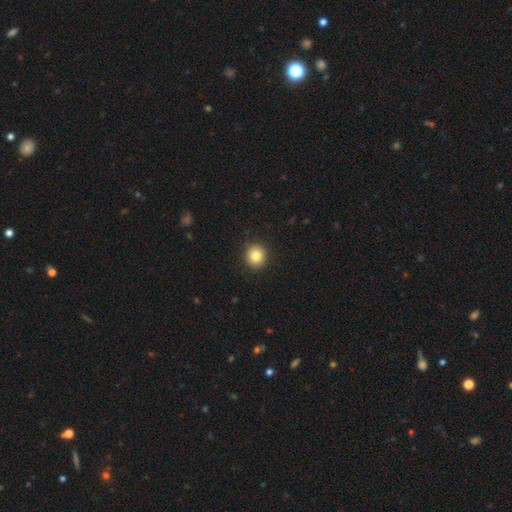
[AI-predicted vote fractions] Overall: smooth (83%). How rounded: round (89%). Merging: none (91%).